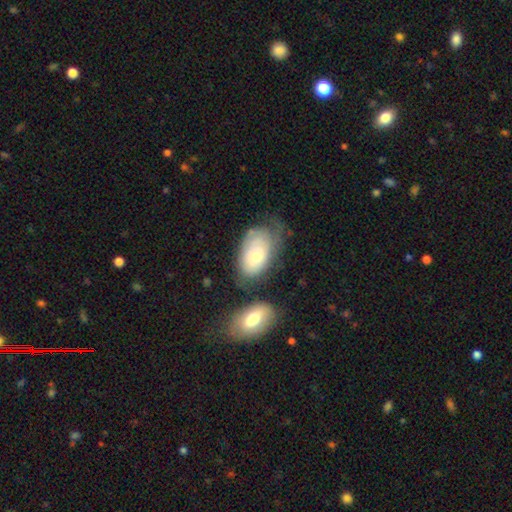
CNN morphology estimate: A smooth galaxy with no disk features (62%) that is in between round and cigar-shaped (90%).

Vote fractions:
- Smooth or featured? smooth: 62% / featured or disk: 31% / star or artifact: 7%
- How rounded? in between: 90% / round: 8% / cigar-shaped: 1%
- Merging? none: 40% / minor disturbance: 27% / major disturbance: 17% / merger: 16%